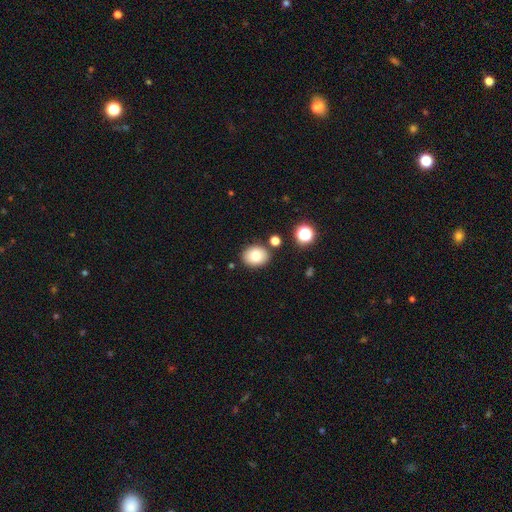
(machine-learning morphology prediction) This appears to be a smooth galaxy with no disk features (80%) that is in between round and cigar-shaped (50%, tied with round). Merging: none (83%).